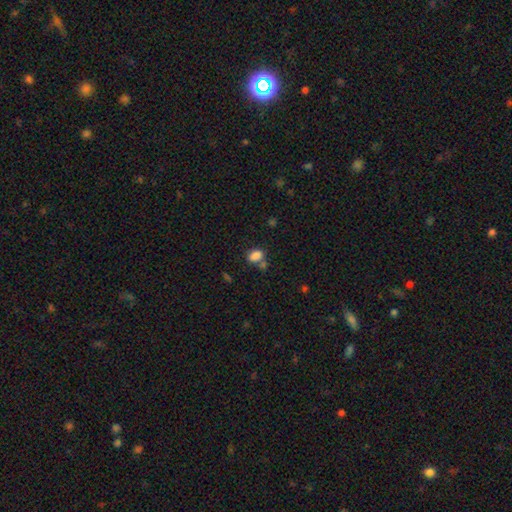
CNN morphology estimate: Smooth or featured?
  - smooth: 84% *
  - star or artifact: 11%
  - featured or disk: 6%
How rounded?
  - in between: 75% *
  - round: 24%
  - cigar-shaped: 1%
Merging?
  - none: 54% *
  - merger: 25%
  - minor disturbance: 15%
  - major disturbance: 6%